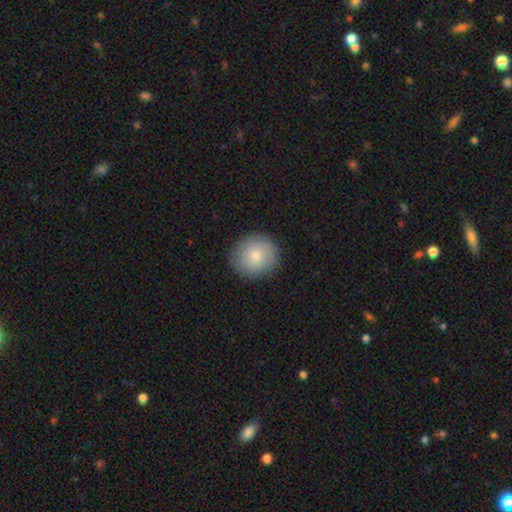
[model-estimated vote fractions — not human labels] Morphology: type=smooth (79%); roundness=round (90%); merging=none (87%).